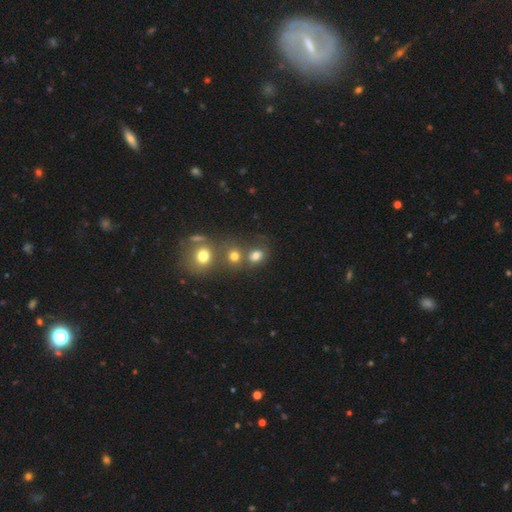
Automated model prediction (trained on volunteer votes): smooth_or_featured: smooth (p=0.73) [alt: star or artifact p=0.16]
how_rounded: round (p=0.55) [alt: in between p=0.43]
merging: none (p=0.47) [alt: merger p=0.36]